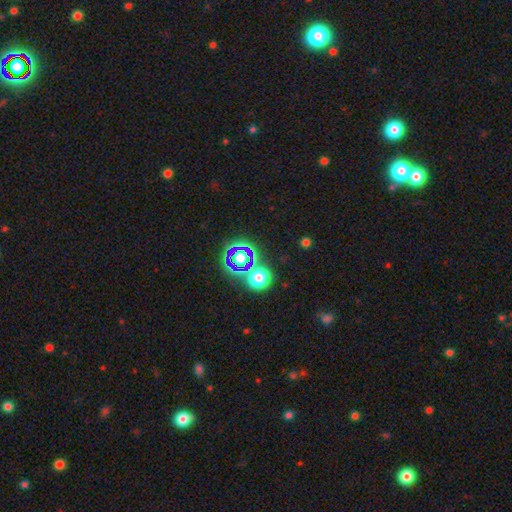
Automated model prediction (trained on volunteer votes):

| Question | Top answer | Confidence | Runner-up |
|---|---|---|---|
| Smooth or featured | star or artifact | 72% | smooth (19%) |